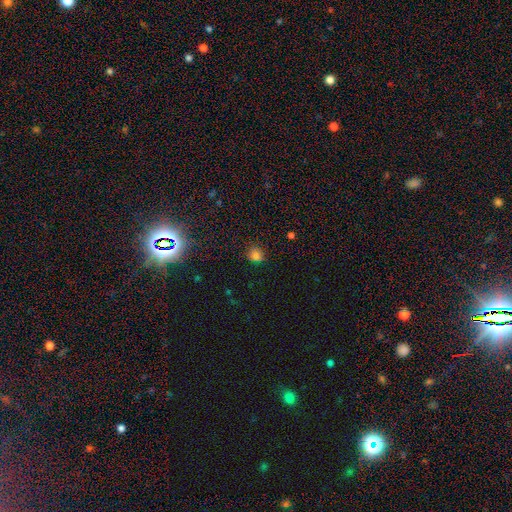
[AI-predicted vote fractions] Q: Smooth or featured?
A: smooth (77%); runner-up: star or artifact (18%)
Q: How rounded?
A: round (80%); runner-up: in between (19%)
Q: Merging?
A: none (82%); runner-up: minor disturbance (13%)